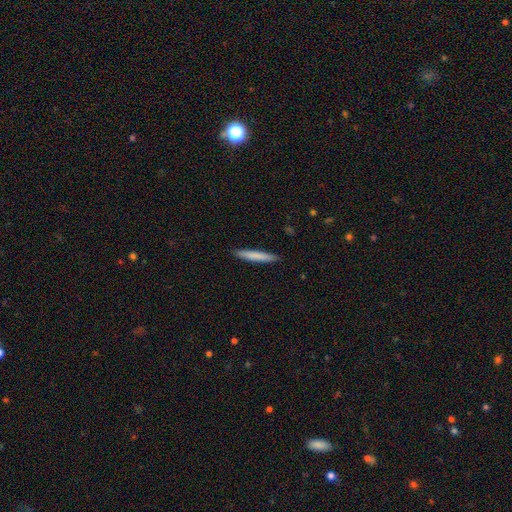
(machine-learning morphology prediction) Q: Smooth or featured?
A: smooth (78%); runner-up: featured or disk (17%)
Q: How rounded?
A: cigar-shaped (95%); runner-up: in between (4%)
Q: Merging?
A: none (91%); runner-up: minor disturbance (7%)